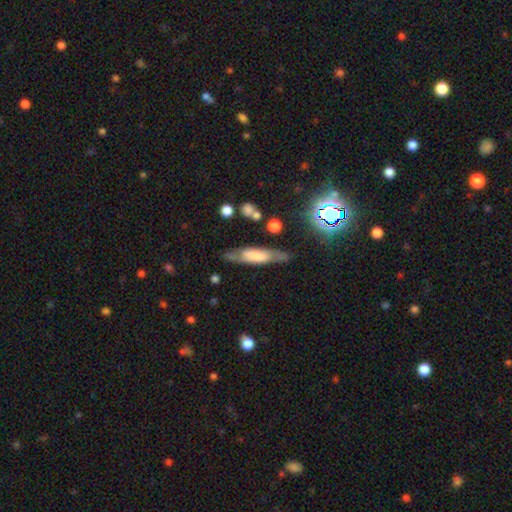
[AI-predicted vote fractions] smooth_or_featured: smooth (p=0.48) [alt: featured or disk p=0.45]
merging: none (p=0.67) [alt: minor disturbance p=0.21]